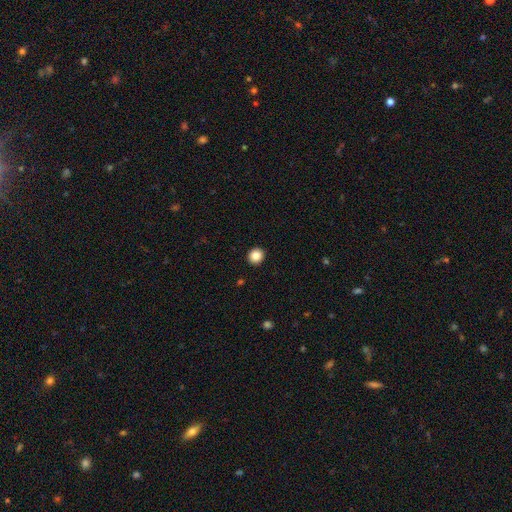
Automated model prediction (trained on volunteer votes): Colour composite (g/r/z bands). It shows a smooth galaxy with no disk features (85%) that is round (89%). Merging: none (93%).